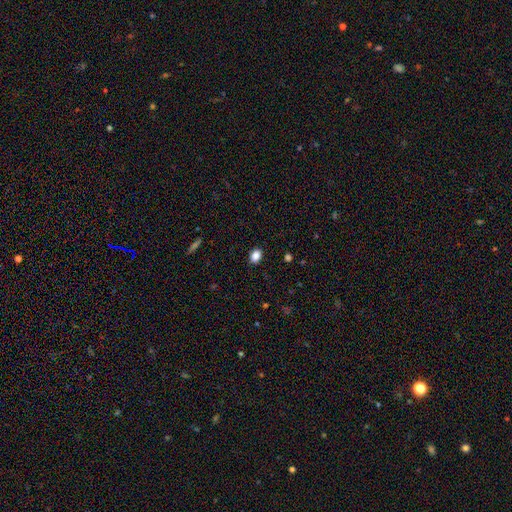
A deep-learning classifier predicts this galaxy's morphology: Overall: smooth (86%). How rounded: in between (71%). Merging: none (88%).